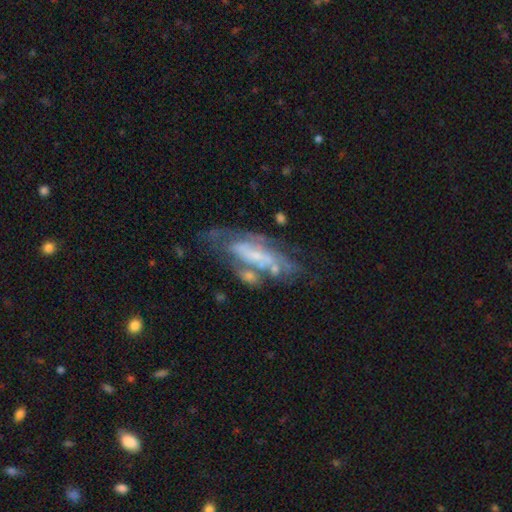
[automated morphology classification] A featured or disk galaxy (73%) with no bar (53%), spiral arms (66%) and a small central bulge (55%).

Vote fractions:
- Smooth or featured? featured or disk: 73% / smooth: 19% / star or artifact: 8%
- Edge-on disk? no: 84% / yes: 16%
- Bar? no: 53% / weak: 29% / strong: 18%
- Spiral arms? yes: 66% / no: 34%
- Bulge size? small: 55% / moderate: 20% / none: 19% / large: 4% / dominant: 2%
- Merging? none: 44% / minor disturbance: 21% / major disturbance: 19% / merger: 16%